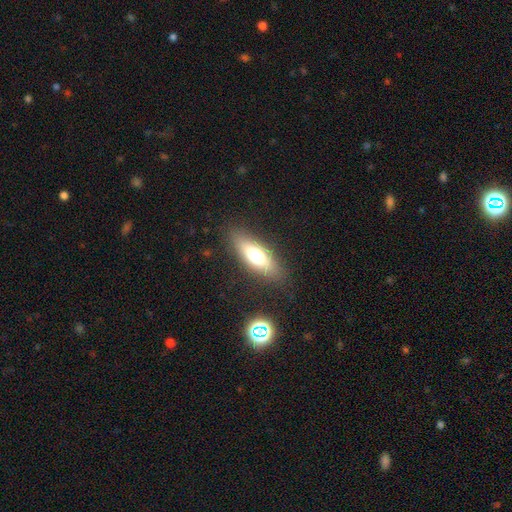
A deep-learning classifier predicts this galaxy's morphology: type=smooth (63%); roundness=in between (58%); merging=none (84%).